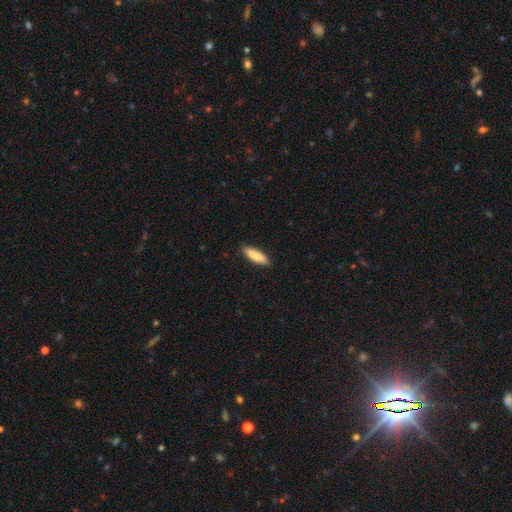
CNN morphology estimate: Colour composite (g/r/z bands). It shows a smooth galaxy with no disk features (83%) that is cigar-shaped (51%). Merging: none (88%).